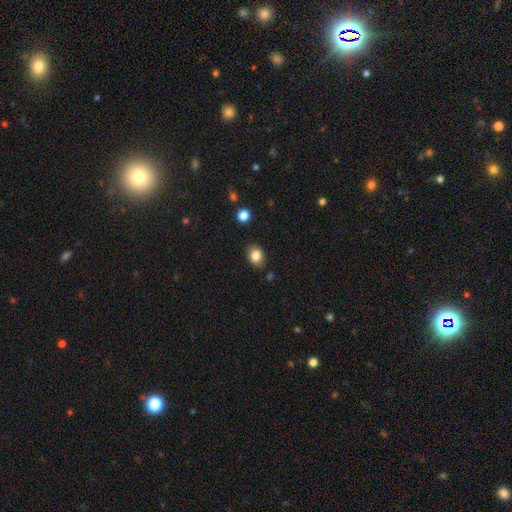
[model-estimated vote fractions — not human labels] Q: Smooth or featured?
A: smooth (84%); runner-up: star or artifact (9%)
Q: How rounded?
A: in between (61%); runner-up: round (39%)
Q: Merging?
A: none (85%); runner-up: minor disturbance (11%)